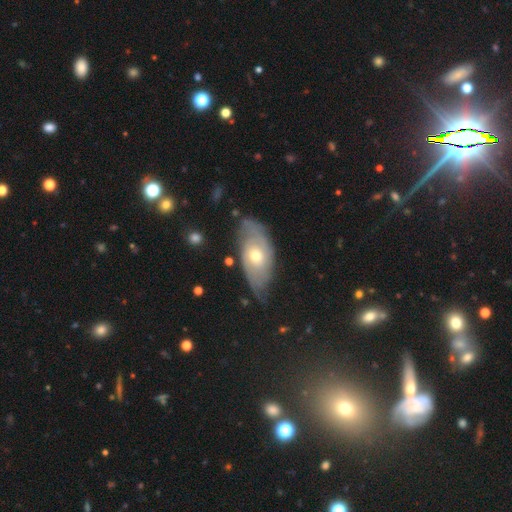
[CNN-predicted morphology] A featured or disk galaxy (64%) with no bar (76%), spiral arms (75%) and a moderate central bulge (66%).

Vote fractions:
- Smooth or featured? featured or disk: 64% / smooth: 27% / star or artifact: 9%
- Edge-on disk? no: 86% / yes: 14%
- Bar? no: 76% / weak: 20% / strong: 4%
- Spiral arms? yes: 75% / no: 25%
- Bulge size? moderate: 66% / small: 29% / large: 3% / none: 1% / dominant: 1%
- Merging? none: 70% / minor disturbance: 23% / major disturbance: 5% / merger: 2%